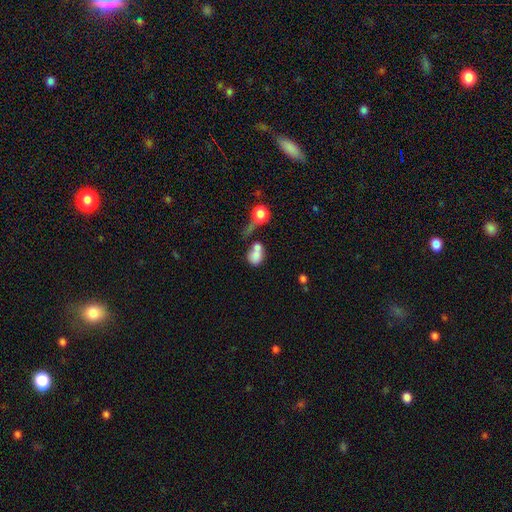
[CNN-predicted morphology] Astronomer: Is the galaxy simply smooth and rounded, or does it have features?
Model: smooth — 72%.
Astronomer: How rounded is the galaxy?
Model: in between — 55% (runner-up: round, 43%).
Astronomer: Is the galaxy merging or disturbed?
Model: merger — 51%.